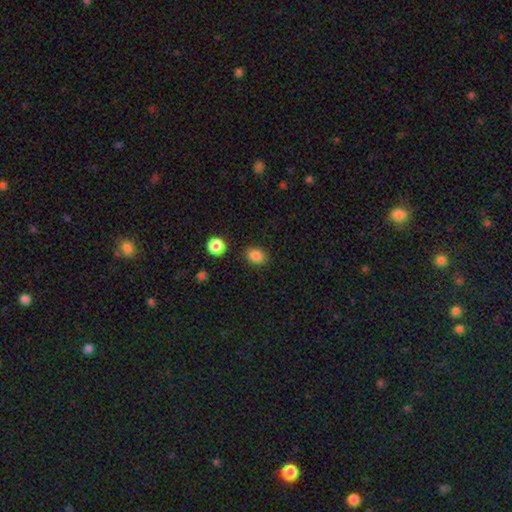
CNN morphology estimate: Smooth or featured?
  - smooth: 84% *
  - star or artifact: 10%
  - featured or disk: 5%
How rounded?
  - in between: 58% *
  - round: 41%
  - cigar-shaped: 1%
Merging?
  - none: 86% *
  - minor disturbance: 9%
  - major disturbance: 3%
  - merger: 2%